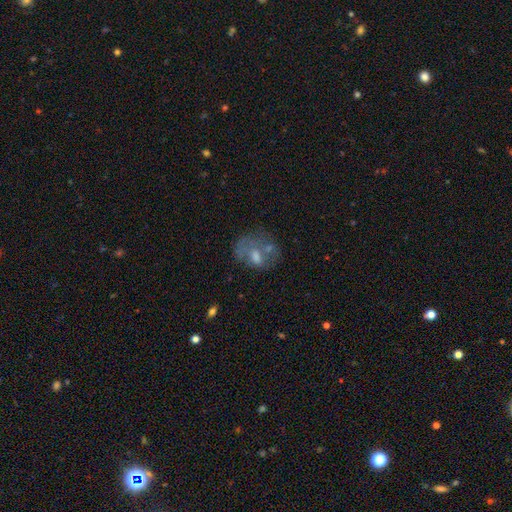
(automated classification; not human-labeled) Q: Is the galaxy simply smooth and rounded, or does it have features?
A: featured or disk — 49%.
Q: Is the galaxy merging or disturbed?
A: none — 40%.